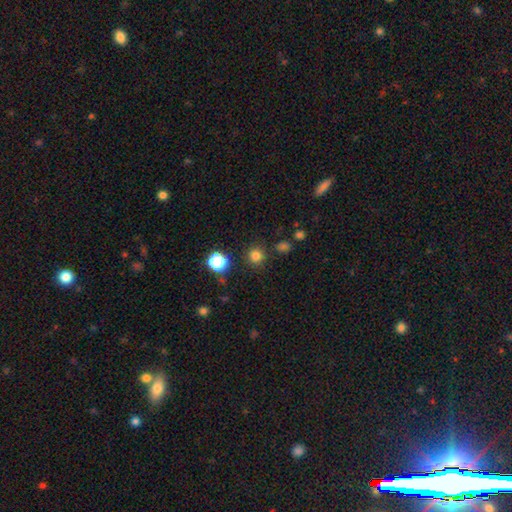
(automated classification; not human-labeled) Smooth or featured? smooth (80%)
How rounded? round (93%)
Merging? none (87%)